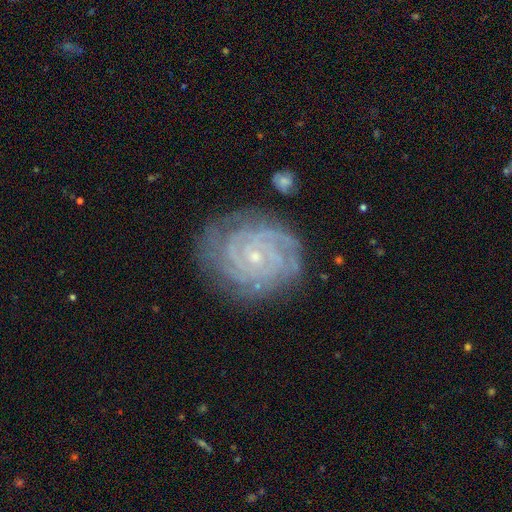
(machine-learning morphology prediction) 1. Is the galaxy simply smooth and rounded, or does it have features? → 89% featured or disk, 6% star or artifact, 5% smooth.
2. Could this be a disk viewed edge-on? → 98% no, 2% yes.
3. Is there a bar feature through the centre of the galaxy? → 73% no, 20% weak, 7% strong.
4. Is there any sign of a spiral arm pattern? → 98% yes, 2% no.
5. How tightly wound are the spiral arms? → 85% tight, 13% medium, 2% loose.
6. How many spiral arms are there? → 23% 3, 22% 4, 20% 2, 18% can't tell, 11% more than 4, 7% 1.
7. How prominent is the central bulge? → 85% small, 12% moderate, 2% none, 1% large, 1% dominant.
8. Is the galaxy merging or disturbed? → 79% none, 15% minor disturbance, 4% major disturbance, 2% merger.